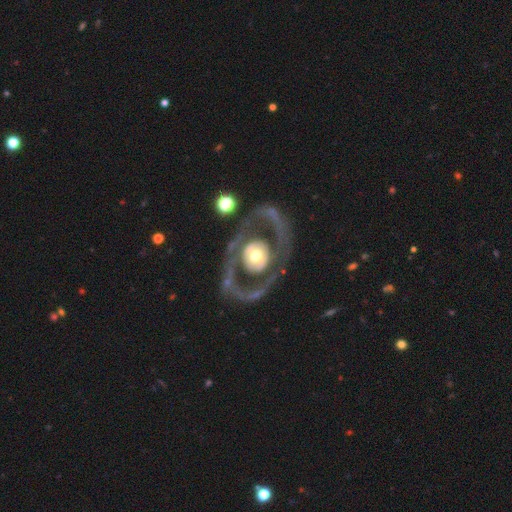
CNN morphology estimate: Smooth or featured? Predicted: featured or disk (p=0.74). Edge-on disk? Predicted: no (p=0.94). Bar? Predicted: no (p=0.76). Spiral arms? Predicted: no (p=0.59). Bulge size? Predicted: moderate (p=0.56). Merging? Predicted: none (p=0.66).